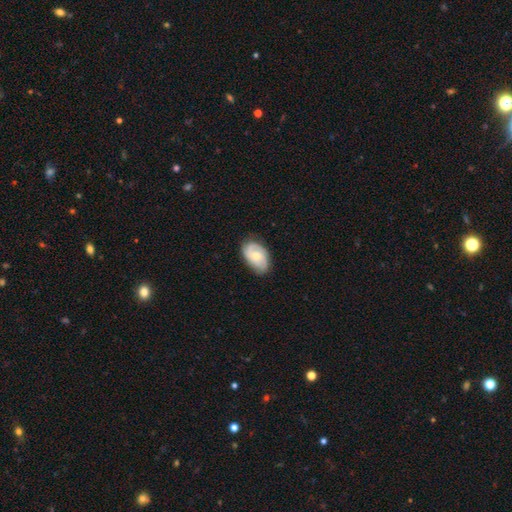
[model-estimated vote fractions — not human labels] This is likely a featured or disk galaxy (62%). It is clearly not viewed edge-on (96%). Bar: likely no (69%). Spiral arm pattern: clearly yes (90%). Spiral arm count: possibly 2 (51%). Spiral winding: possibly tight (47%). Central bulge: possibly moderate (53%). Merging: likely none (76%).